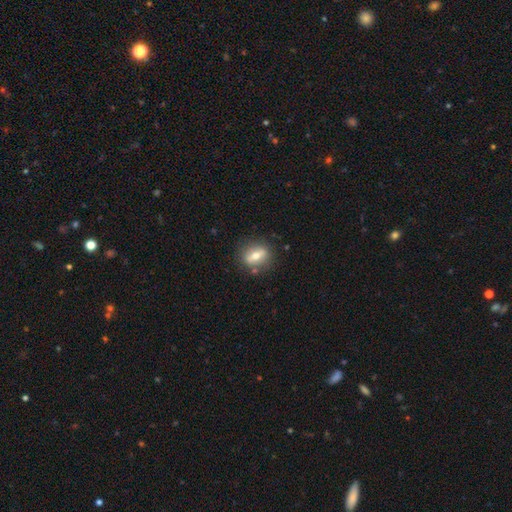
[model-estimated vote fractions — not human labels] The model was most divided on "how rounded": in between: 51%, round: 40%, cigar-shaped: 9%. More confident: merging — none (82%); smooth or featured — smooth (53%).